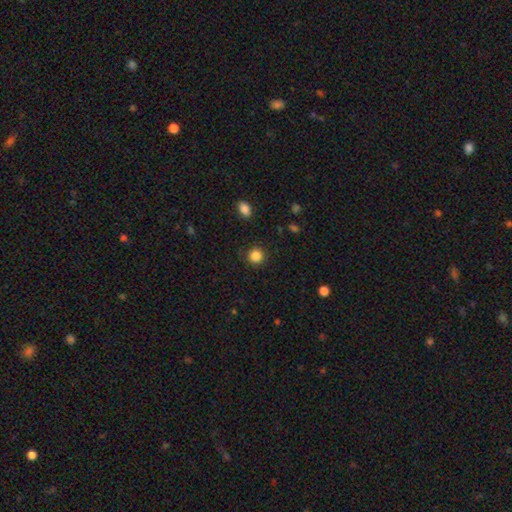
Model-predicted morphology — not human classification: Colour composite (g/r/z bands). It shows a smooth galaxy with no disk features (85%) that is round (93%). Merging: none (89%).